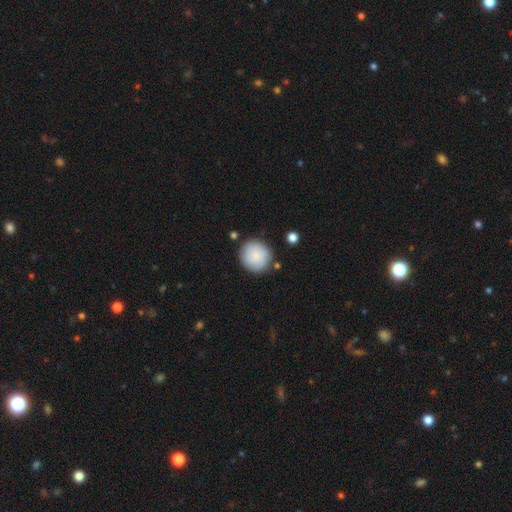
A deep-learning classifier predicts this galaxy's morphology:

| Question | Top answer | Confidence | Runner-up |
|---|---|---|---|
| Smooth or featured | smooth | 84% | featured or disk (10%) |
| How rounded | round | 92% | in between (7%) |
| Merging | none | 83% | minor disturbance (11%) |